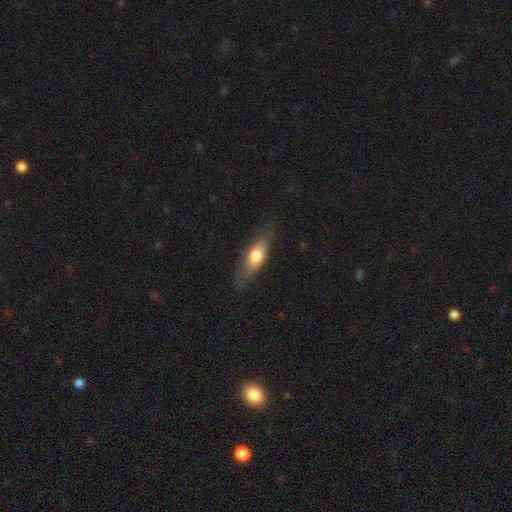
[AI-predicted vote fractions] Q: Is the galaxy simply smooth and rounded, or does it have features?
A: smooth — 62%.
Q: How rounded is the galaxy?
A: in between — 61%.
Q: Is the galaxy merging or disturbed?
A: none — 72%.